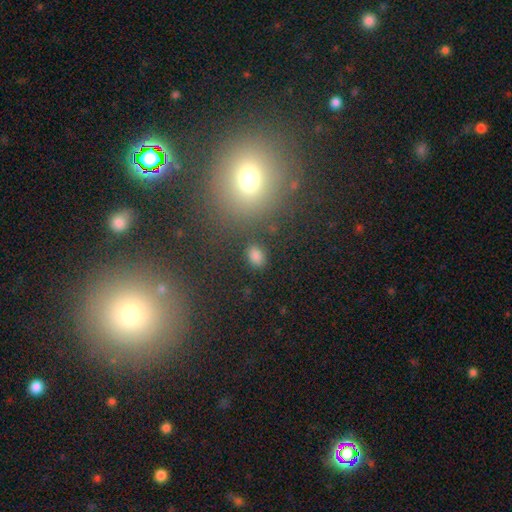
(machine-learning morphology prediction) The model was most divided on "how rounded": in between: 82%, round: 17%, cigar-shaped: 2%. More confident: merging — none (84%); smooth or featured — smooth (81%).